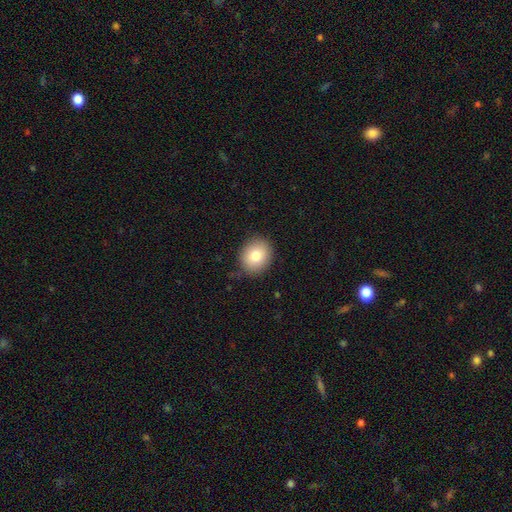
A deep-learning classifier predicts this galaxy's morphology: A smooth galaxy with no disk features (81%) that is round (68%).

Vote fractions:
- Smooth or featured? smooth: 81% / featured or disk: 10% / star or artifact: 9%
- How rounded? round: 68% / in between: 31% / cigar-shaped: 1%
- Merging? none: 86% / minor disturbance: 10% / major disturbance: 2% / merger: 1%